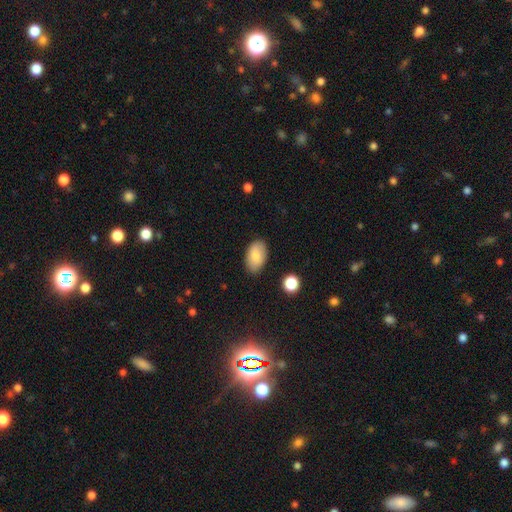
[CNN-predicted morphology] Q: Smooth or featured?
A: smooth (83%); runner-up: featured or disk (11%)
Q: How rounded?
A: in between (93%); runner-up: round (6%)
Q: Merging?
A: none (83%); runner-up: minor disturbance (13%)